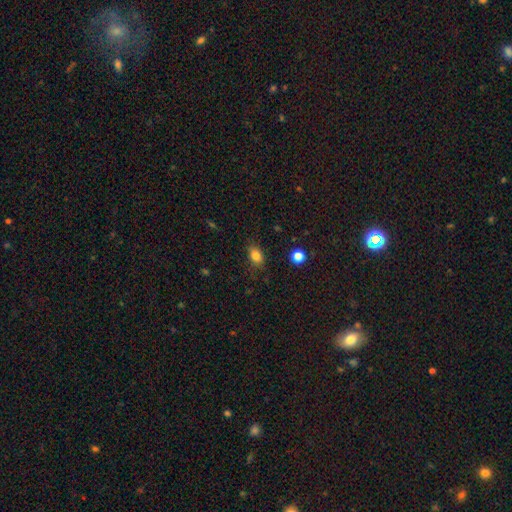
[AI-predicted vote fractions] Morphology: type=smooth (83%); roundness=in between (78%); merging=none (81%).